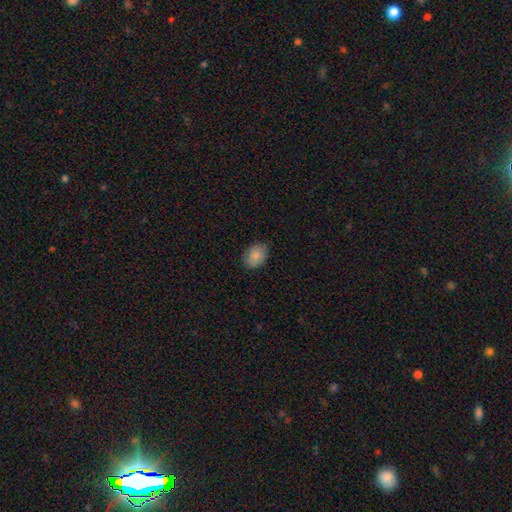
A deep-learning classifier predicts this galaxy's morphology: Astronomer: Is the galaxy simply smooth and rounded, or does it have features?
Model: smooth — 84%.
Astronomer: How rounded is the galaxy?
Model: in between — 64%.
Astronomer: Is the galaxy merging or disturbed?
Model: none — 80%.